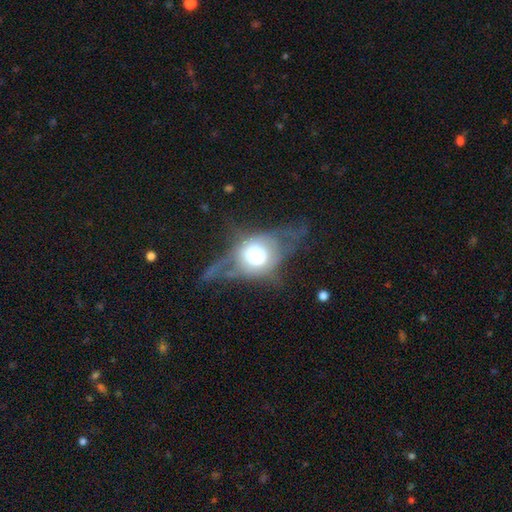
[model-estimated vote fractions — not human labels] smooth-or-featured: featured or disk: 57% | smooth: 32% | star or artifact: 11%
  disk-edge-on: no: 61% | yes: 39%
  merging: none: 40% | major disturbance: 37% | minor disturbance: 20% | merger: 3%